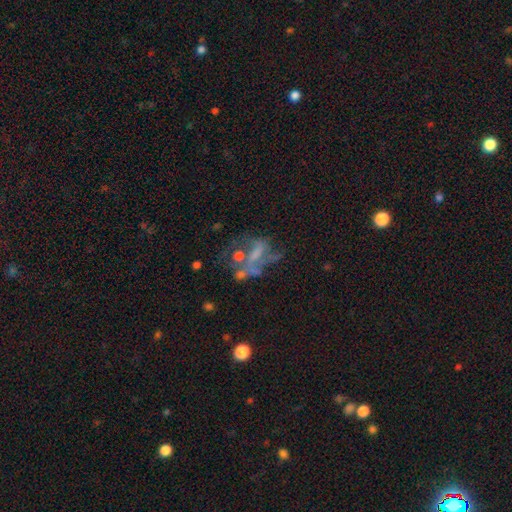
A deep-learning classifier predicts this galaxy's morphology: This appears to be a featured or disk galaxy (63%) with no bar (52%), no spiral arms (55%) and no central bulge (52%). Merging: major disturbance (38%).